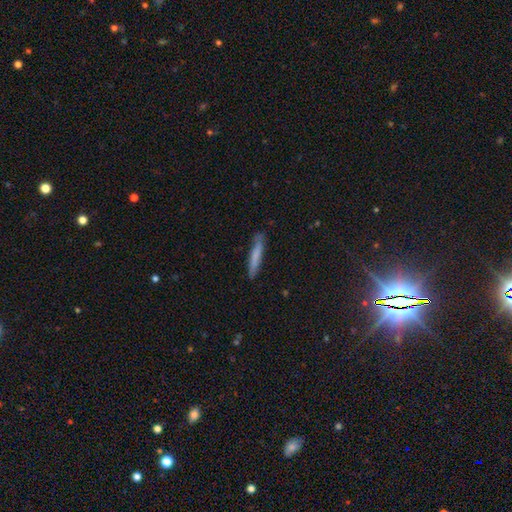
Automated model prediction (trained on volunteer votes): Smooth or featured?
  - smooth: 70% *
  - featured or disk: 23%
  - star or artifact: 7%
How rounded?
  - cigar-shaped: 93% *
  - in between: 6%
  - round: 1%
Merging?
  - none: 81% *
  - minor disturbance: 15%
  - major disturbance: 3%
  - merger: 2%